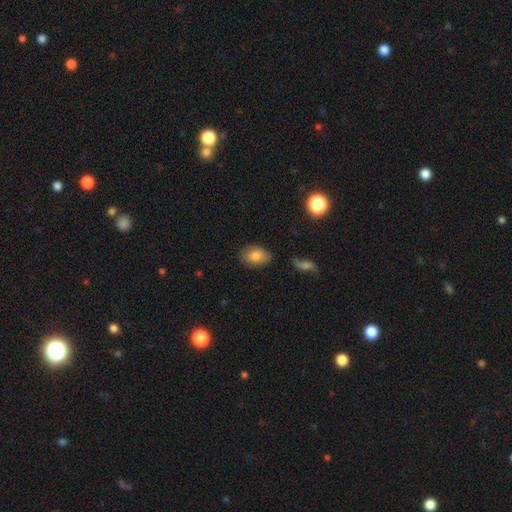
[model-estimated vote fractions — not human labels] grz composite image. It shows a smooth galaxy with no disk features (83%) that is in between round and cigar-shaped (83%). Merging: none (79%).